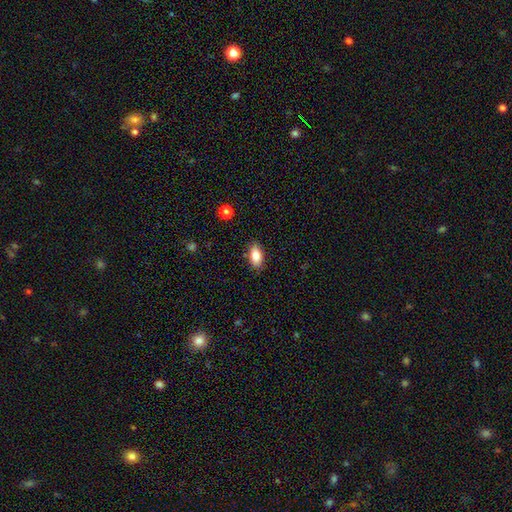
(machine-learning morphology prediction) Smooth or featured: smooth — 84% (featured or disk — 9%)
How rounded: in between — 90% (cigar-shaped — 6%)
Merging: none — 87% (minor disturbance — 10%)